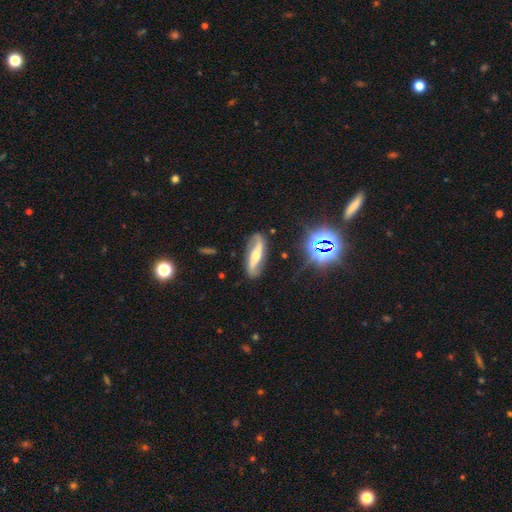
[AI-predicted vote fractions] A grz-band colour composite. It shows a featured or disk galaxy (75%) with a strong bar (42%), spiral arms (88%) and a moderate central bulge (60%). Merging: none (82%).